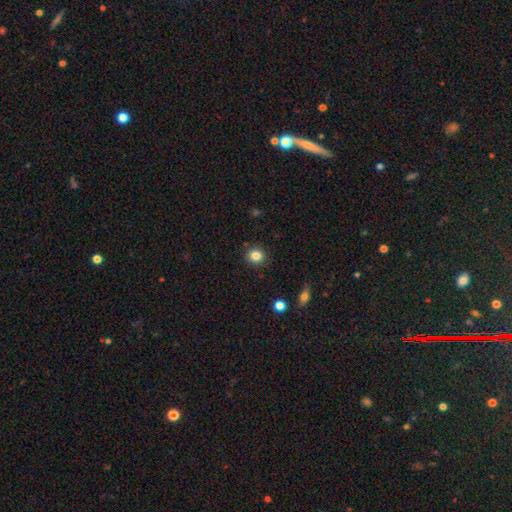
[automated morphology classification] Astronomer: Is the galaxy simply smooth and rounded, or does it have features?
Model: smooth — 84%.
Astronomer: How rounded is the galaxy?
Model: round — 89%.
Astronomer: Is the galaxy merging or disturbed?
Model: none — 89%.